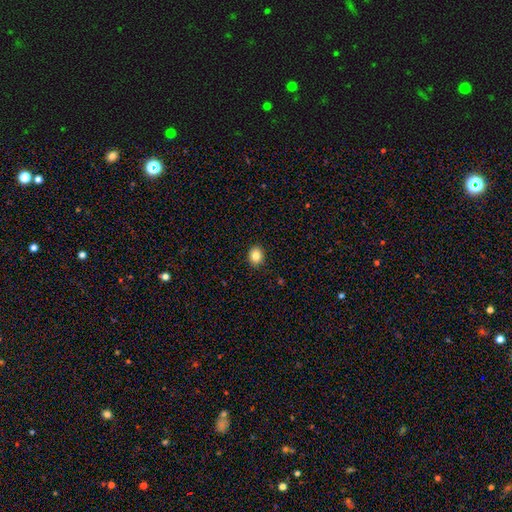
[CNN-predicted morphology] This is clearly a smooth galaxy (85%). How rounded: possibly round (58%). Merging: clearly none (91%).